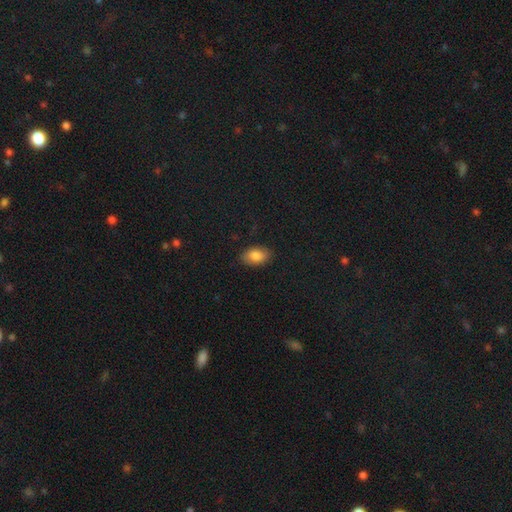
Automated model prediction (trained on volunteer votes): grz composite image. It shows a smooth galaxy with no disk features (84%) that is in between round and cigar-shaped (89%). Merging: none (86%).